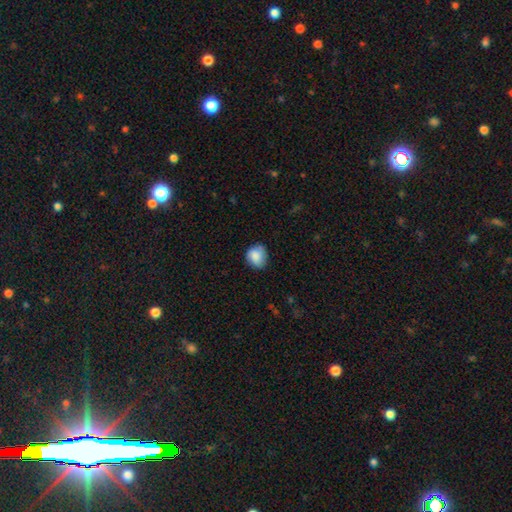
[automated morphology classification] smooth 85%, featured or disk 8%, star or artifact 7%. Down the decision tree: how rounded — round (68%); merging — none (71%).